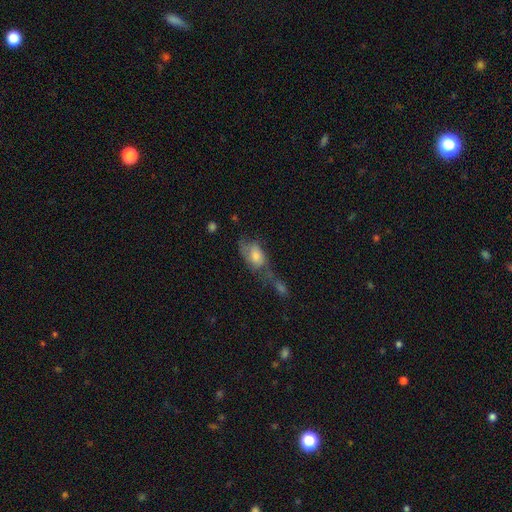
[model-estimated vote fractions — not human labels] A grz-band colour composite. It shows a smooth galaxy with no disk features (53%) that is in between round and cigar-shaped (84%). Merging: merger (29%).